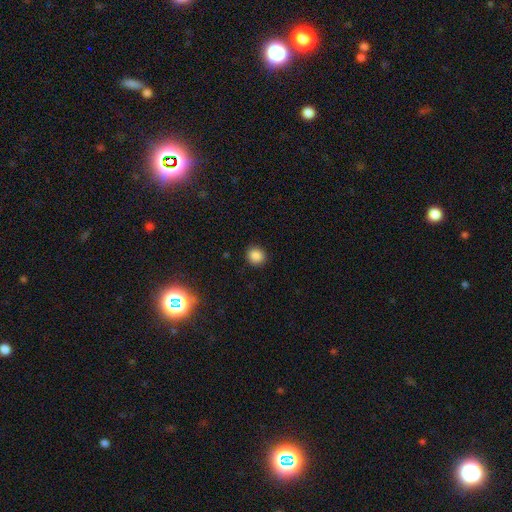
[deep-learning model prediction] Smooth or featured: smooth — 86% (star or artifact — 11%)
How rounded: round — 88% (in between — 11%)
Merging: none — 91% (minor disturbance — 6%)